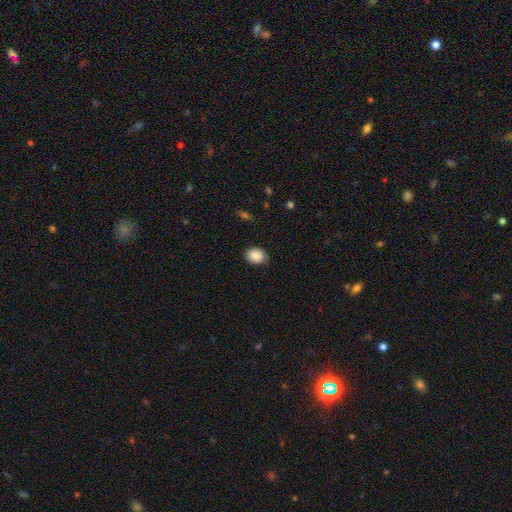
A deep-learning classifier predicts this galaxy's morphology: Smooth or featured?
  - smooth: 87% *
  - star or artifact: 7%
  - featured or disk: 5%
How rounded?
  - in between: 58% *
  - round: 41%
  - cigar-shaped: 1%
Merging?
  - none: 80% *
  - minor disturbance: 16%
  - major disturbance: 3%
  - merger: 1%